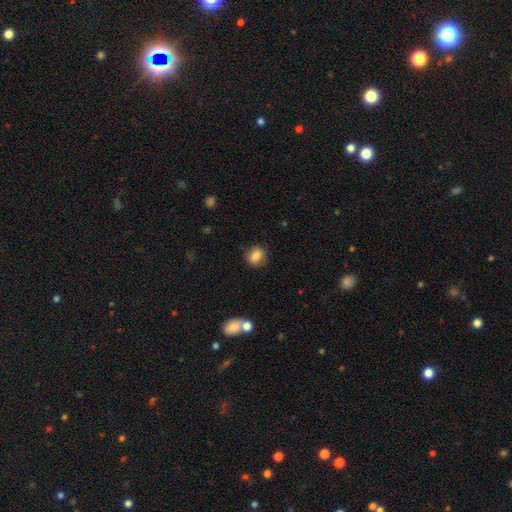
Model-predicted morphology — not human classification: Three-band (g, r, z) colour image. It shows a smooth galaxy with no disk features (83%) that is round (66%). Merging: none (85%).